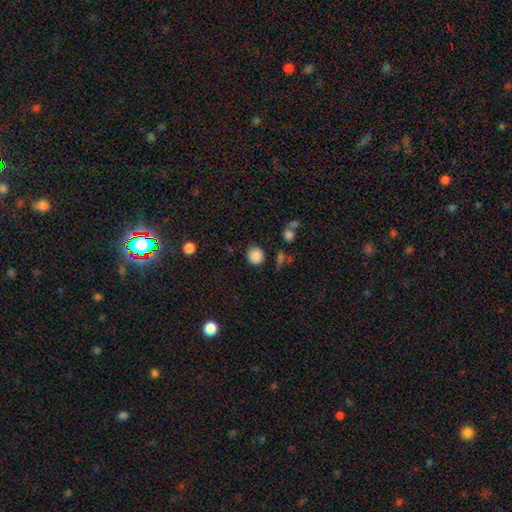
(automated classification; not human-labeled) This is clearly a smooth galaxy (86%). How rounded: clearly round (89%). Merging: clearly none (84%).